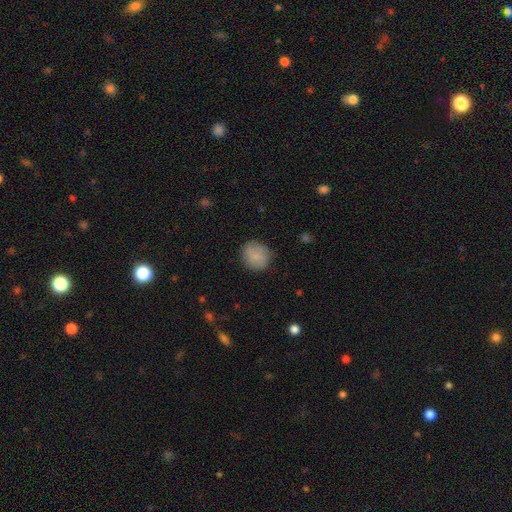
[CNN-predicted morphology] smooth_or_featured: smooth (p=0.85) [alt: featured or disk p=0.08]
how_rounded: round (p=0.80) [alt: in between p=0.19]
merging: none (p=0.80) [alt: minor disturbance p=0.15]